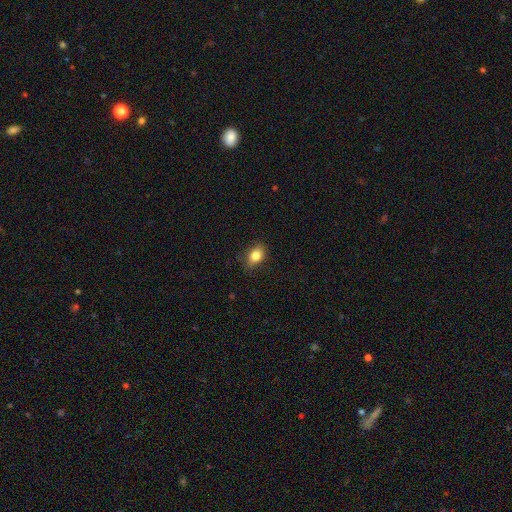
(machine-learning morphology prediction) Smooth or featured? Predicted: smooth (p=0.82). How rounded? Predicted: in between (p=0.75). Merging? Predicted: none (p=0.80).